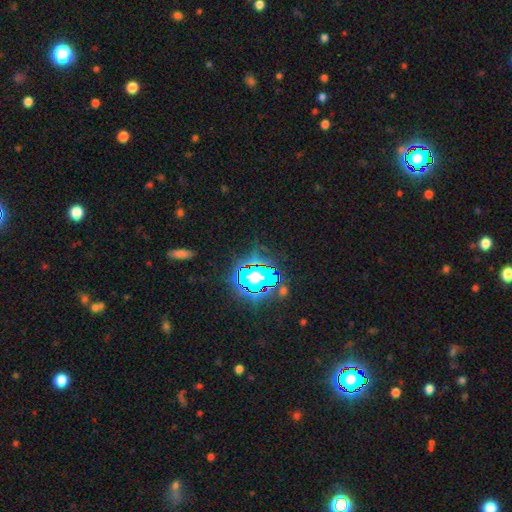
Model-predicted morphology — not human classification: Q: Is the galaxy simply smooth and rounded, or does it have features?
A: star or artifact — 78%.